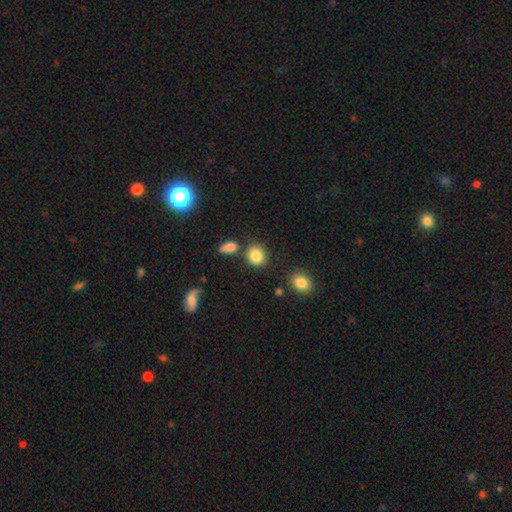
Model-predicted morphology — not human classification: Q: Smooth or featured?
A: smooth (85%); runner-up: star or artifact (9%)
Q: How rounded?
A: round (70%); runner-up: in between (29%)
Q: Merging?
A: none (77%); runner-up: minor disturbance (11%)